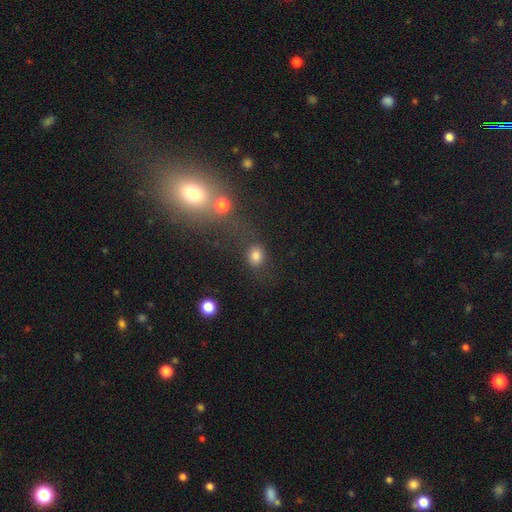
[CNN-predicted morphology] smooth 80%, star or artifact 14%, featured or disk 6%. Down the decision tree: how rounded — round (63%); merging — none (74%).